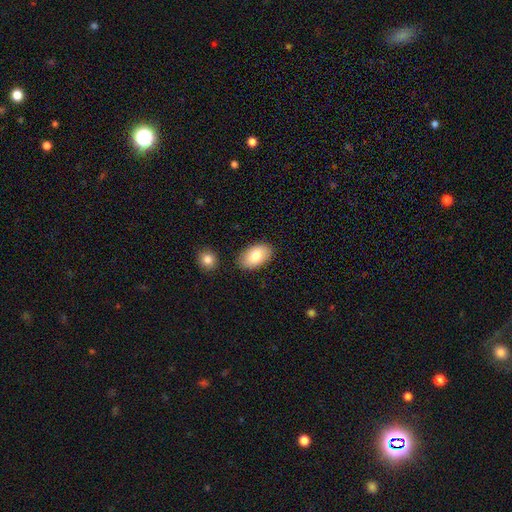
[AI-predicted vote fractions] smooth 80%, featured or disk 13%, star or artifact 6%. Down the decision tree: how rounded — in between (93%); merging — none (84%).